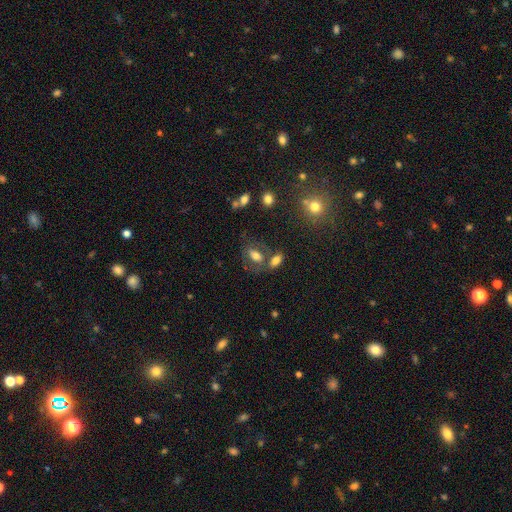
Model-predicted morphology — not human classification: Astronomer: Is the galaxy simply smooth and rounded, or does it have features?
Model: smooth — 67%.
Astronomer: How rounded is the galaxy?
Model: in between — 85%.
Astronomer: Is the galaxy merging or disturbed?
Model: none — 53%.